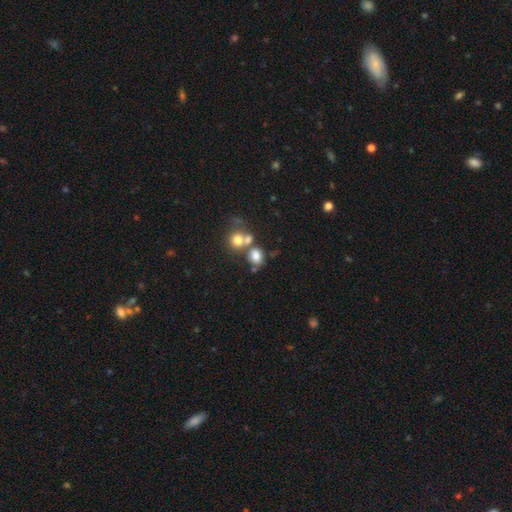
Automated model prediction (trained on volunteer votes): smooth_or_featured: smooth (p=0.74) [alt: featured or disk p=0.13]
how_rounded: round (p=0.51) [alt: in between p=0.48]
merging: merger (p=0.42) [alt: none p=0.41]